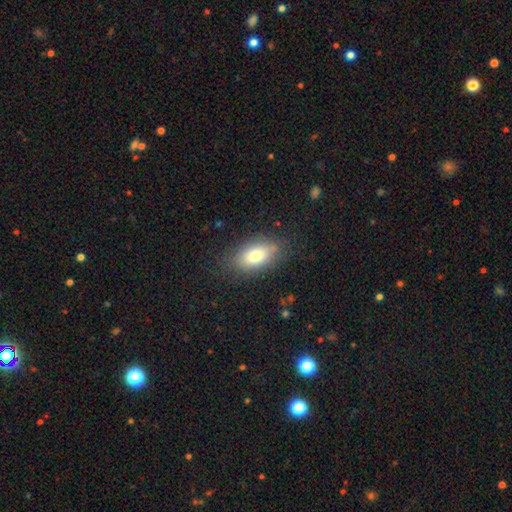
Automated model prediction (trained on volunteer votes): Overall: smooth (75%). How rounded: in between (89%). Merging: none (80%).